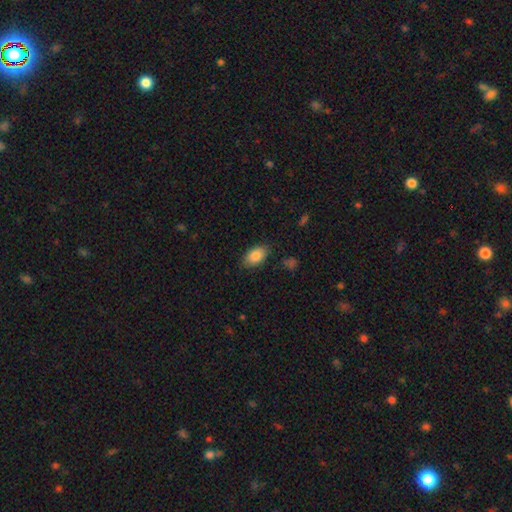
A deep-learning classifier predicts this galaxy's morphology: This is clearly a smooth galaxy (86%). How rounded: clearly in between (92%). Merging: clearly none (84%).